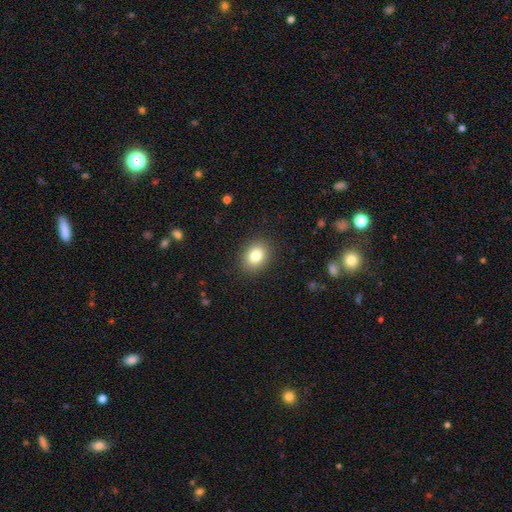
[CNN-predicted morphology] Smooth or featured: smooth — 83% (star or artifact — 9%)
How rounded: in between — 53% (round — 46%)
Merging: none — 89% (minor disturbance — 8%)